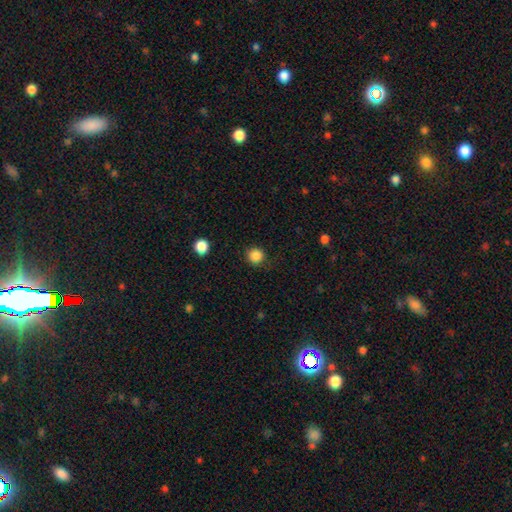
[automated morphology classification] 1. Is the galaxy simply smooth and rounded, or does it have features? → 86% smooth, 11% star or artifact, 3% featured or disk.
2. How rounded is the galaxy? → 94% round, 5% in between, 1% cigar-shaped.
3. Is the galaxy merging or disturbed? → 87% none, 9% minor disturbance, 3% major disturbance, 1% merger.